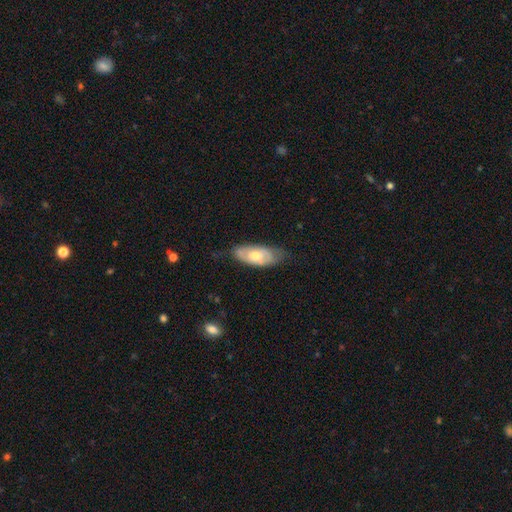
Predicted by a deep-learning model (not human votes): Smooth or featured? smooth (48%)
Merging? none (63%)